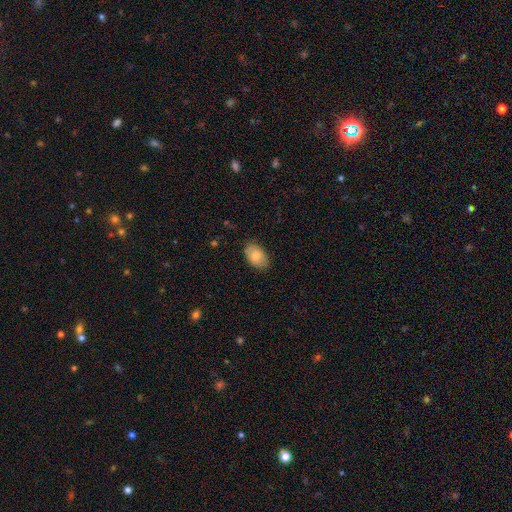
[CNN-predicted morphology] Smooth or featured?
  - smooth: 82% *
  - featured or disk: 12%
  - star or artifact: 7%
How rounded?
  - in between: 91% *
  - round: 7%
  - cigar-shaped: 1%
Merging?
  - none: 82% *
  - minor disturbance: 15%
  - major disturbance: 3%
  - merger: 1%